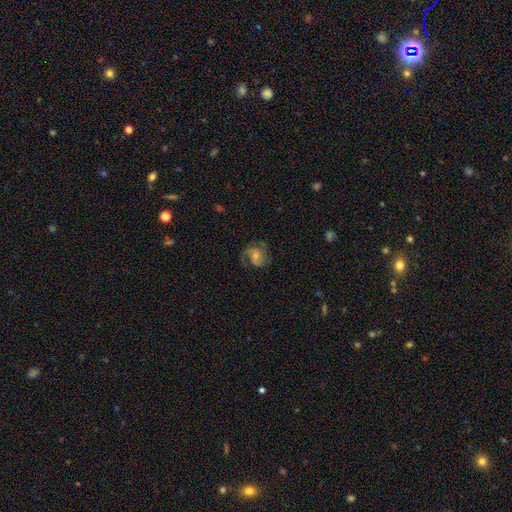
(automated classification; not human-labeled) The model was most divided on "bulge size": small: 47%, moderate: 46%, none: 3%, large: 3%, dominant: 1%. Remaining: edge-on disk — no (98%); spiral arms — yes (95%); smooth or featured — featured or disk (76%); merging — none (75%); spiral arm count — 2 (66%); bar — no (56%); spiral winding — medium (50%).